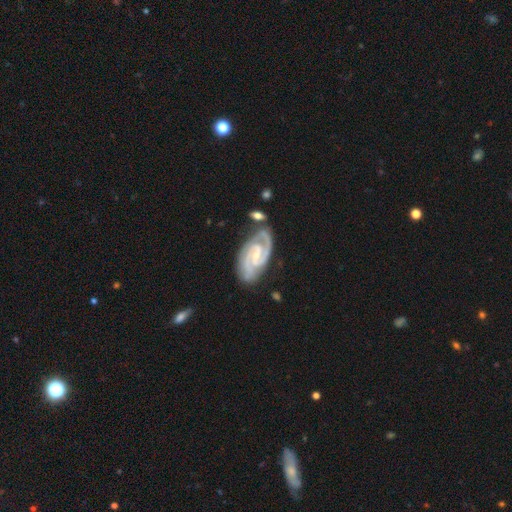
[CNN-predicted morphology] type=featured or disk (92%); edge-on=no (97%); bar=weak (47%); spiral arms=yes (99%); winding=tight (59%); arm count=2 (83%); bulge=small (70%); merging=none (72%).